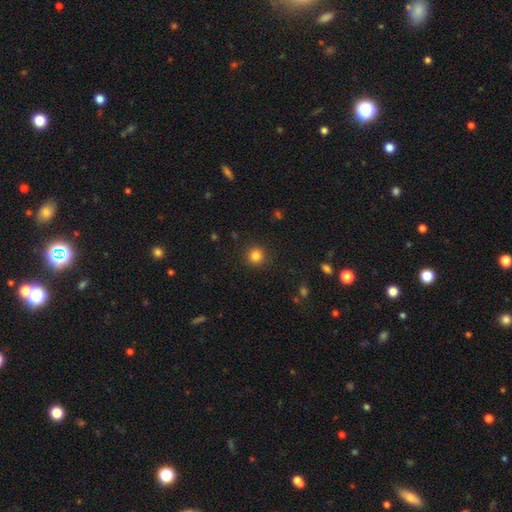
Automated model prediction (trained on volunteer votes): A smooth galaxy with no disk features (83%) that is round (93%). Merging: none (90%).